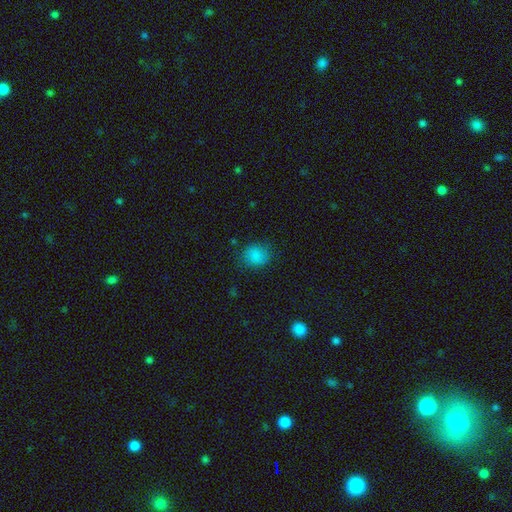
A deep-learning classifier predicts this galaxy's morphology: smooth 85%, star or artifact 11%, featured or disk 4%. Down the decision tree: how rounded — round (73%); merging — none (80%).